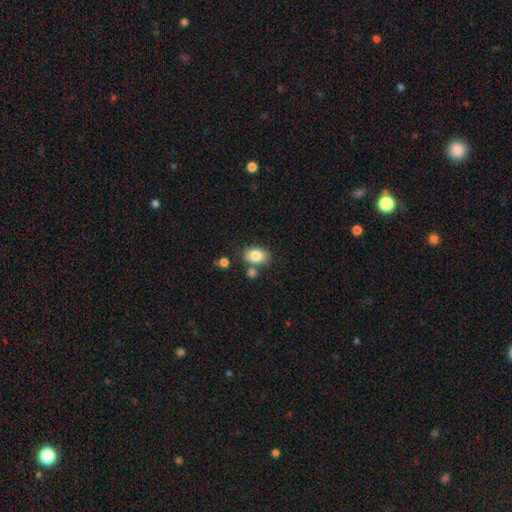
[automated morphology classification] This appears to be a smooth galaxy with no disk features (84%) that is in between round and cigar-shaped (79%). Merging: none (71%).